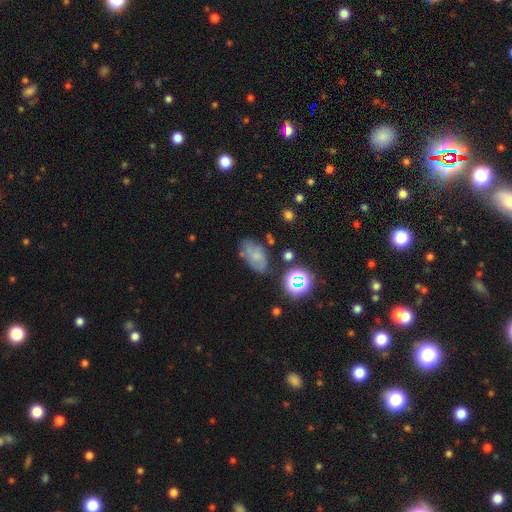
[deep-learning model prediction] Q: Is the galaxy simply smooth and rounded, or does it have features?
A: smooth — 50%.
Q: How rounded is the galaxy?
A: in between — 87%.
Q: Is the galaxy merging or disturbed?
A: none — 61%.